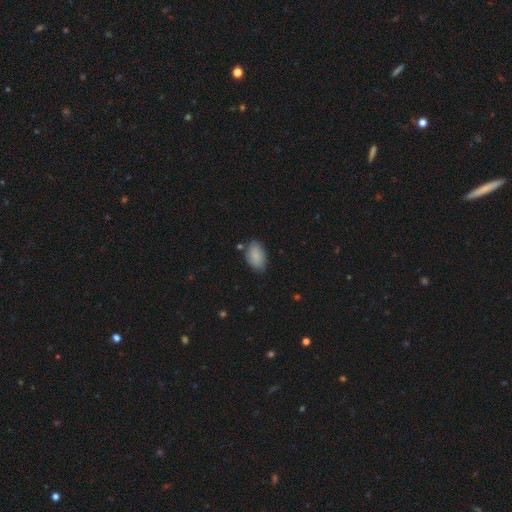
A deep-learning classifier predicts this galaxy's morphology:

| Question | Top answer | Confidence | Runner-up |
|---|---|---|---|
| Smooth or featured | smooth | 85% | featured or disk (8%) |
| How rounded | in between | 92% | round (6%) |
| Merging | none | 74% | minor disturbance (19%) |